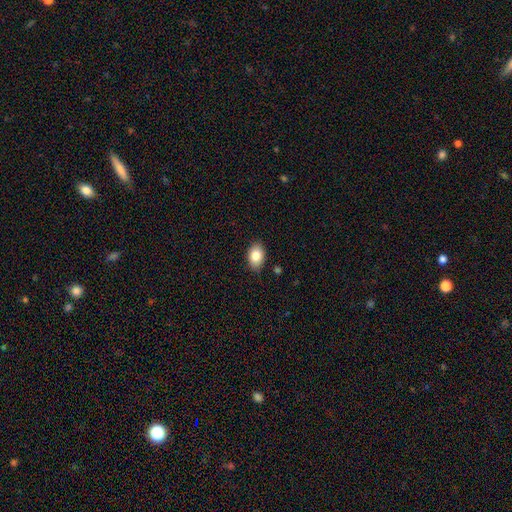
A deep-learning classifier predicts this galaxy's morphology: A smooth galaxy with no disk features (83%) that is in between round and cigar-shaped (84%).

Vote fractions:
- Smooth or featured? smooth: 83% / featured or disk: 9% / star or artifact: 8%
- How rounded? in between: 84% / round: 15% / cigar-shaped: 1%
- Merging? none: 85% / minor disturbance: 12% / major disturbance: 2% / merger: 1%